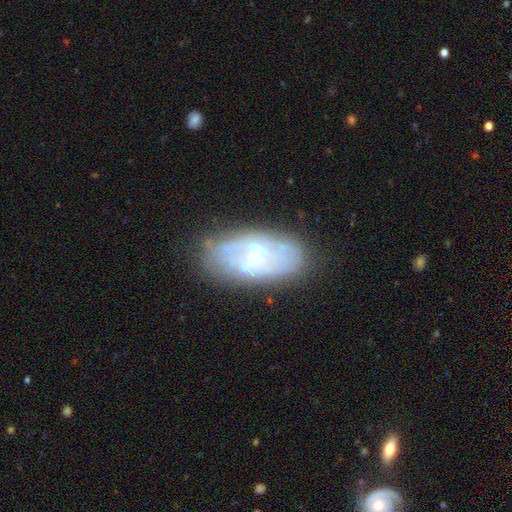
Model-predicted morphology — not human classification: type=featured or disk (62%); edge-on=no (91%); bar=no (38%); spiral arms=no (72%); bulge=small (39%); merging=none (59%).